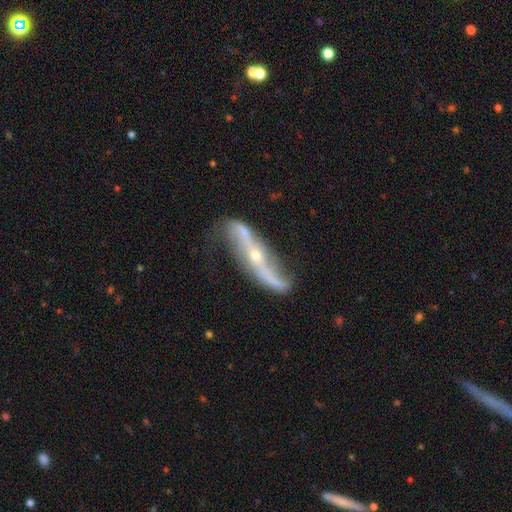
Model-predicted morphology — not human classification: This appears to be a featured or disk galaxy (88%) with a strong bar (46%), 2 (92%) loose (86%) spiral arms (91%) and a small central bulge (73%). Merging: none (58%).